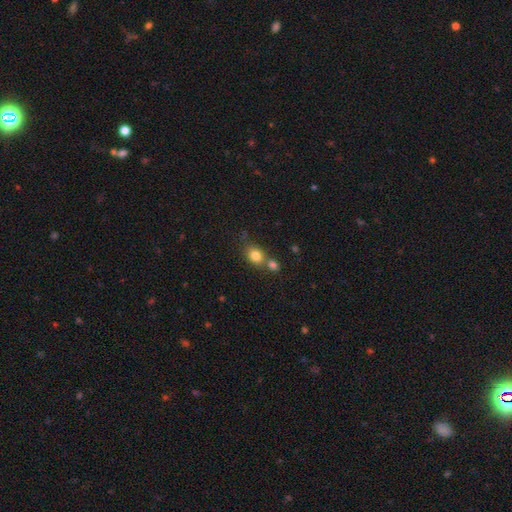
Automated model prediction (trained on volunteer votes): A smooth galaxy with no disk features (81%) that is in between round and cigar-shaped (50%). Merging: none (49%).